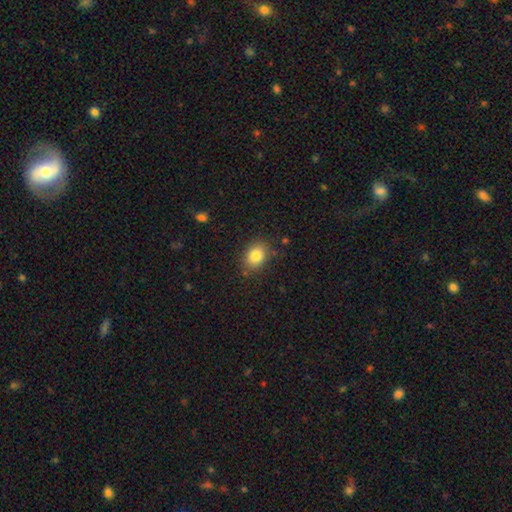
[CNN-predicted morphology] smooth 83%, star or artifact 10%, featured or disk 7%. Down the decision tree: how rounded — in between (62%); merging — none (83%).